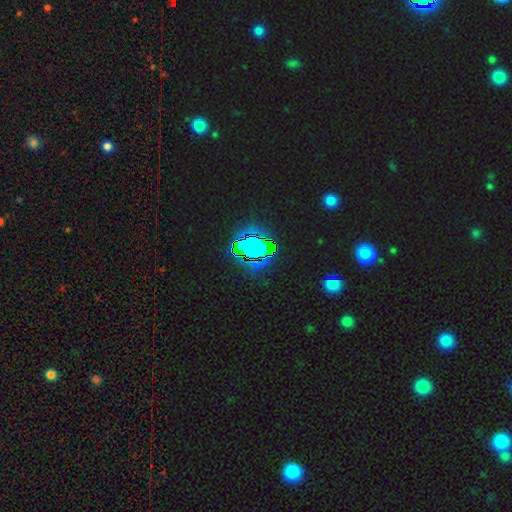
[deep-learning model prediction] smooth-or-featured: star or artifact: 71% | smooth: 18% | featured or disk: 11%